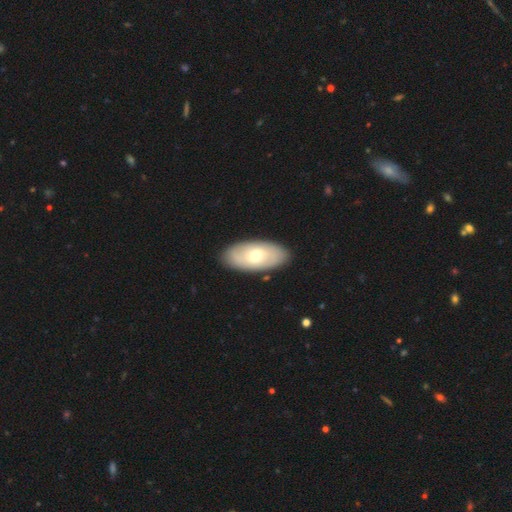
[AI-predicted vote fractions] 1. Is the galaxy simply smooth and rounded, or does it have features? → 55% smooth, 40% featured or disk, 5% star or artifact.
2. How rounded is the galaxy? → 92% in between, 5% cigar-shaped, 3% round.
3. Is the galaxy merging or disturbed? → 88% none, 8% minor disturbance, 2% major disturbance, 1% merger.